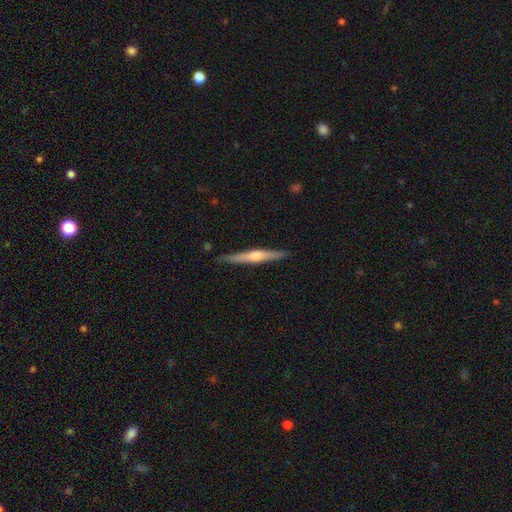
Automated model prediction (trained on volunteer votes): smooth-or-featured: featured or disk: 68% | smooth: 27% | star or artifact: 5%
  disk-edge-on: yes: 98% | no: 2%
    edge-on-bulge: rounded: 83% | none: 10% | boxy: 7%
  merging: none: 89% | minor disturbance: 8% | major disturbance: 1% | merger: 1%